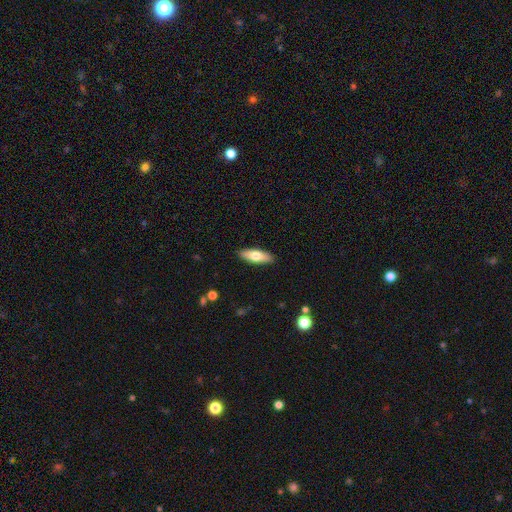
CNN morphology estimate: type=smooth (68%); roundness=in between (59%); merging=none (89%).